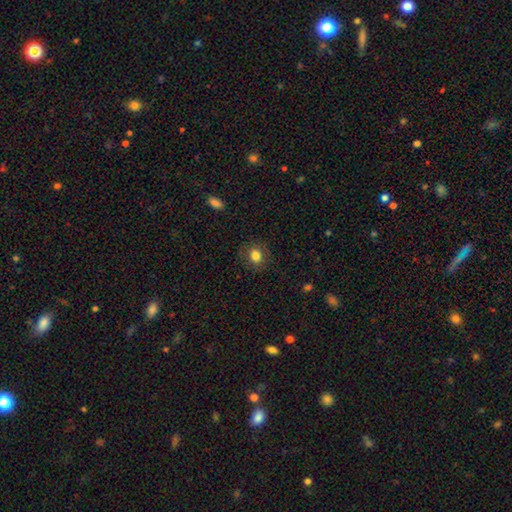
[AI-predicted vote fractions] Smooth or featured? Predicted: smooth (p=0.80). How rounded? Predicted: round (p=0.65). Merging? Predicted: none (p=0.84).